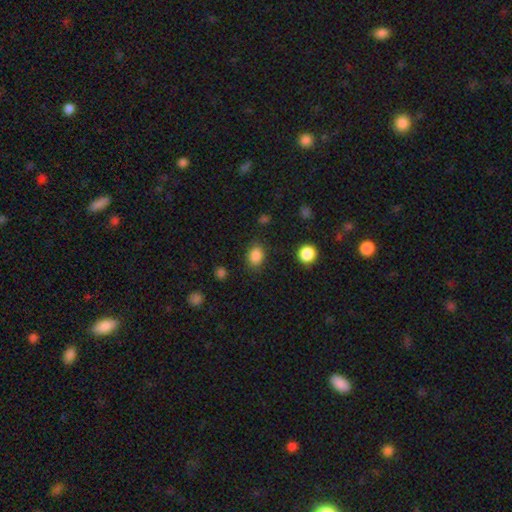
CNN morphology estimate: smooth-or-featured: smooth: 86% | star or artifact: 10% | featured or disk: 4%
  how-rounded: in between: 65% | round: 34% | cigar-shaped: 1%
  merging: none: 83% | minor disturbance: 12% | major disturbance: 4% | merger: 2%